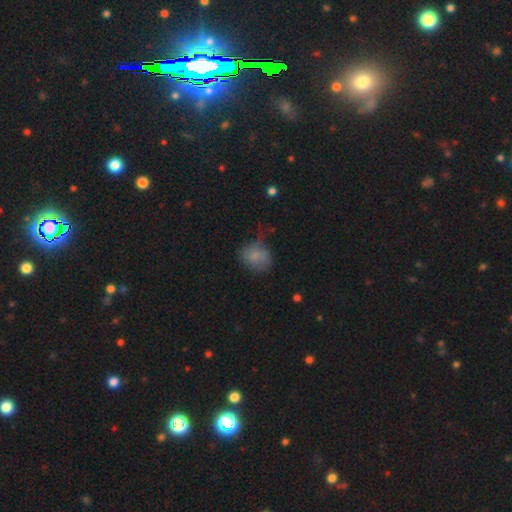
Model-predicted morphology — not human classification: smooth-or-featured: smooth: 72% | featured or disk: 18% | star or artifact: 11%
  how-rounded: round: 52% | in between: 47% | cigar-shaped: 1%
  merging: none: 42% | minor disturbance: 30% | major disturbance: 22% | merger: 7%